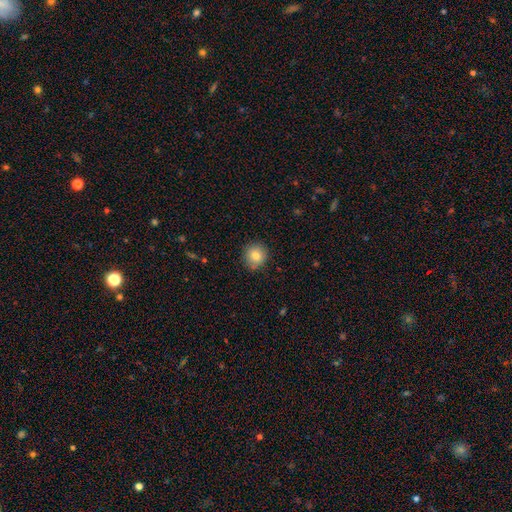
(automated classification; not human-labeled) smooth_or_featured: smooth (p=0.81) [alt: star or artifact p=0.10]
how_rounded: round (p=0.89) [alt: in between p=0.10]
merging: none (p=0.87) [alt: minor disturbance p=0.09]